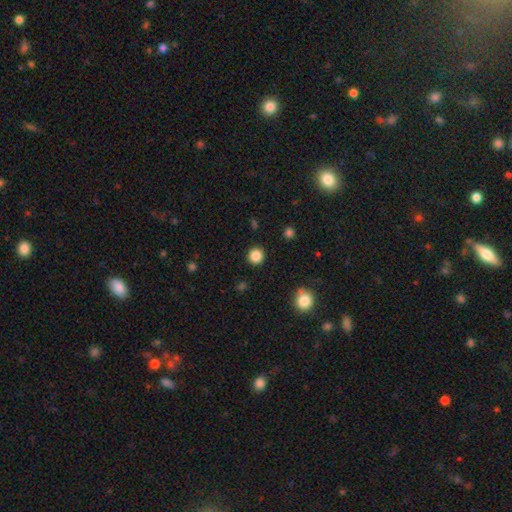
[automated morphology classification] smooth_or_featured: smooth (p=0.86) [alt: star or artifact p=0.11]
how_rounded: round (p=0.94) [alt: in between p=0.05]
merging: none (p=0.92) [alt: minor disturbance p=0.05]